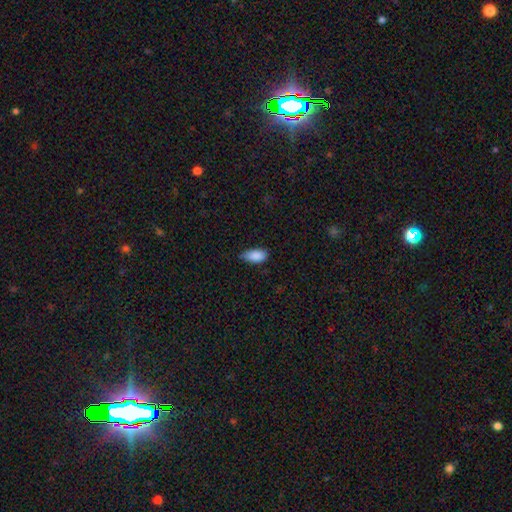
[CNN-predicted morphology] A smooth galaxy with no disk features (88%) that is in between round and cigar-shaped (91%). Merging: none (64%).